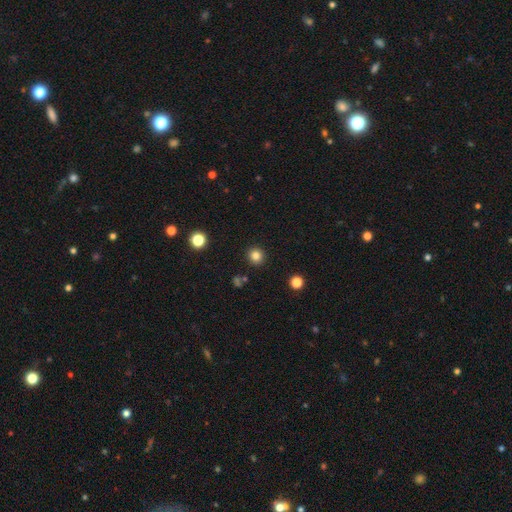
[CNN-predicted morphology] A smooth galaxy with no disk features (82%) that is round (93%).

Vote fractions:
- Smooth or featured? smooth: 82% / star or artifact: 12% / featured or disk: 5%
- How rounded? round: 93% / in between: 6% / cigar-shaped: 1%
- Merging? none: 91% / minor disturbance: 5% / merger: 2% / major disturbance: 2%